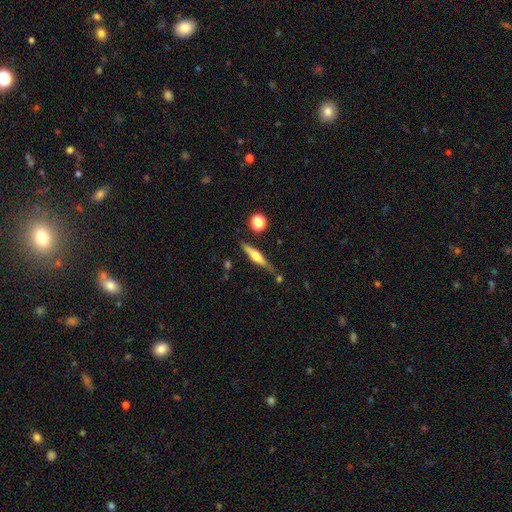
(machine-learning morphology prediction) Smooth or featured: featured or disk — 61% (smooth — 33%)
Edge-on disk: yes — 95% (no — 5%)
Edge-on bulge: rounded — 86% (boxy — 9%)
Merging: none — 77% (minor disturbance — 14%)